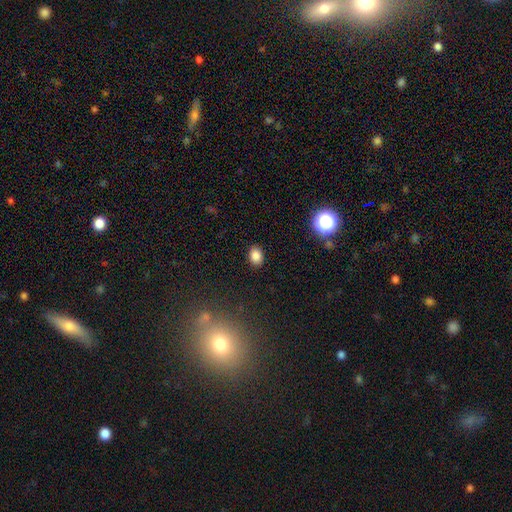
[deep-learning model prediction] The model was most divided on "how rounded": in between: 68%, round: 31%, cigar-shaped: 1%. More confident: merging — none (88%); smooth or featured — smooth (84%).